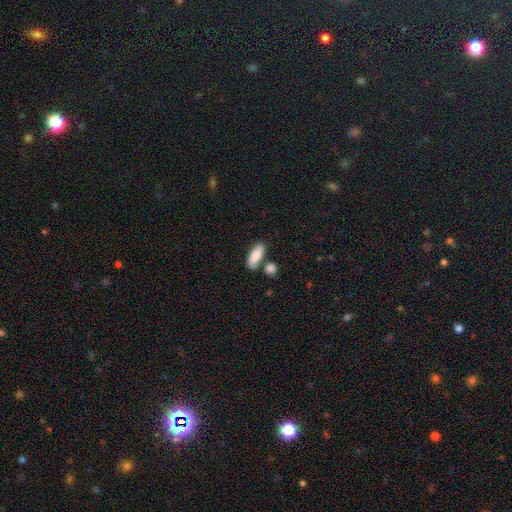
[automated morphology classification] Q: Smooth or featured?
A: smooth (81%); runner-up: featured or disk (13%)
Q: How rounded?
A: in between (74%); runner-up: cigar-shaped (23%)
Q: Merging?
A: none (67%); runner-up: merger (15%)